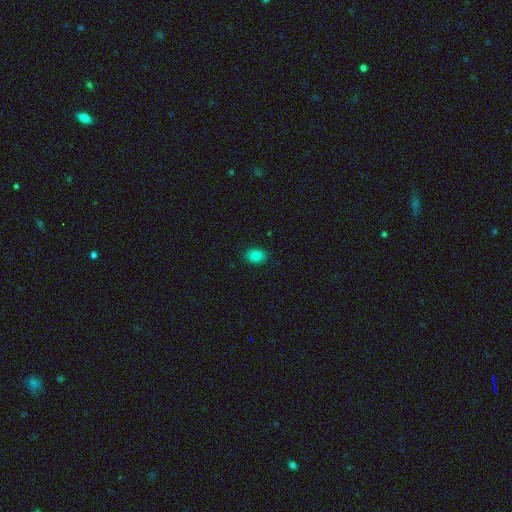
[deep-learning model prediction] Smooth or featured?
  - smooth: 82% *
  - star or artifact: 11%
  - featured or disk: 7%
How rounded?
  - in between: 64% *
  - round: 35%
  - cigar-shaped: 1%
Merging?
  - none: 88% *
  - minor disturbance: 9%
  - major disturbance: 2%
  - merger: 1%